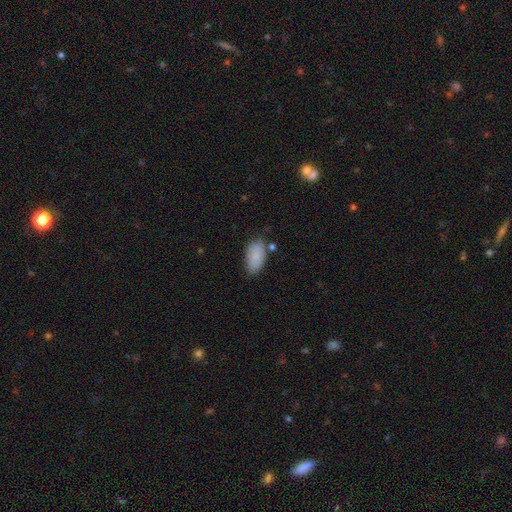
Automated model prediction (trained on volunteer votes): Smooth or featured: smooth — 87% (star or artifact — 7%)
How rounded: in between — 94% (round — 4%)
Merging: none — 72% (minor disturbance — 18%)